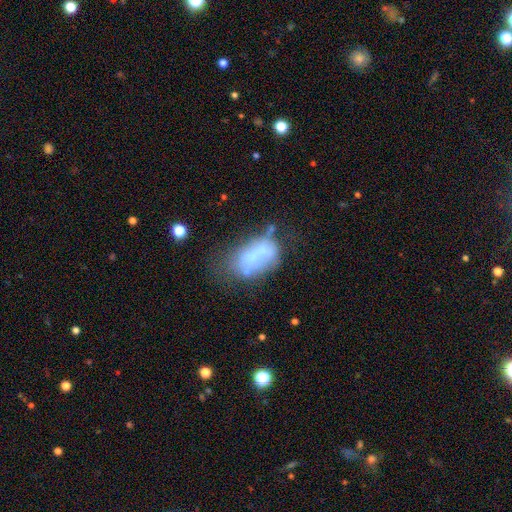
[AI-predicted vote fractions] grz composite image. It shows a smooth galaxy with no disk features (48%). Merging: merger (32%).